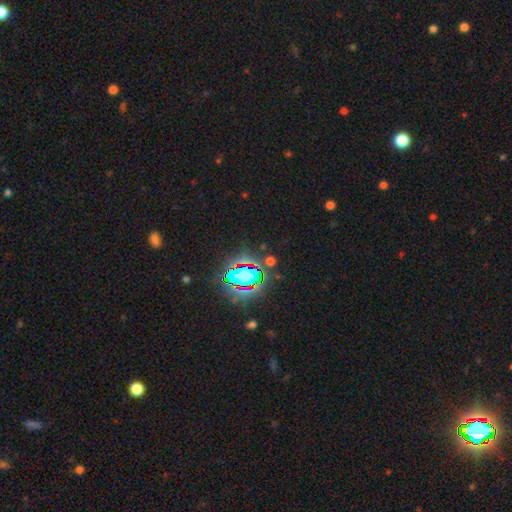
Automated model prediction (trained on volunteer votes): Smooth or featured?
  - star or artifact: 81% *
  - smooth: 11%
  - featured or disk: 7%